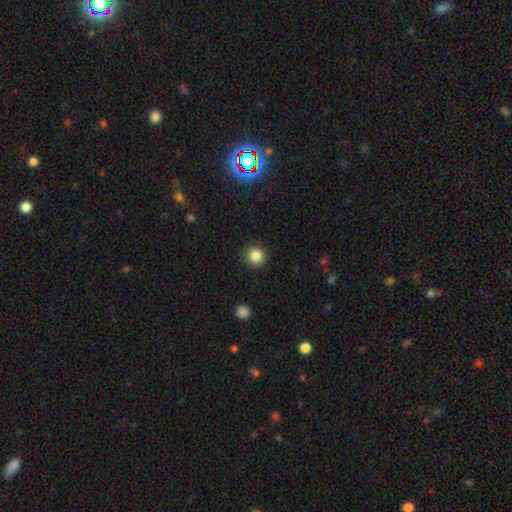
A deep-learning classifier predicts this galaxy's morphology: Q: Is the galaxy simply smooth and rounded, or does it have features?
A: smooth — 85%.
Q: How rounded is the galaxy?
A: round — 94%.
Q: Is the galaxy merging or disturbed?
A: none — 91%.